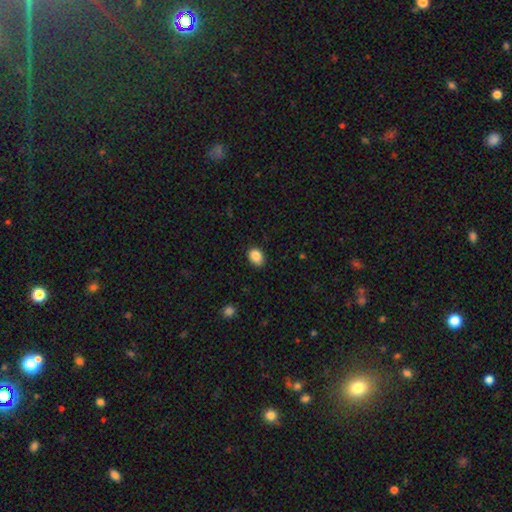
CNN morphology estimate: Q: Smooth or featured?
A: smooth (88%); runner-up: star or artifact (9%)
Q: How rounded?
A: in between (73%); runner-up: round (26%)
Q: Merging?
A: none (86%); runner-up: minor disturbance (11%)